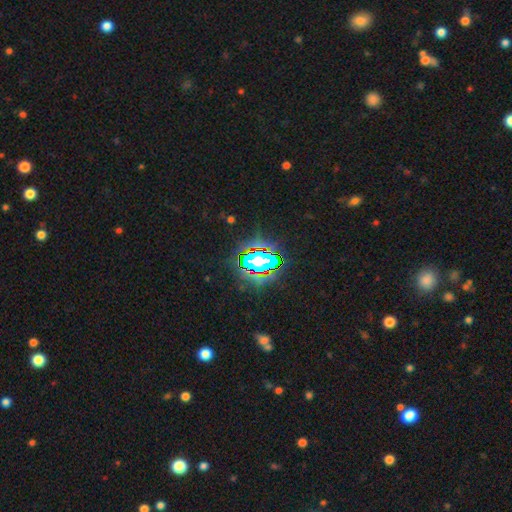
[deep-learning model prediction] This appears to be a star or artifact, not a galaxy (76%).